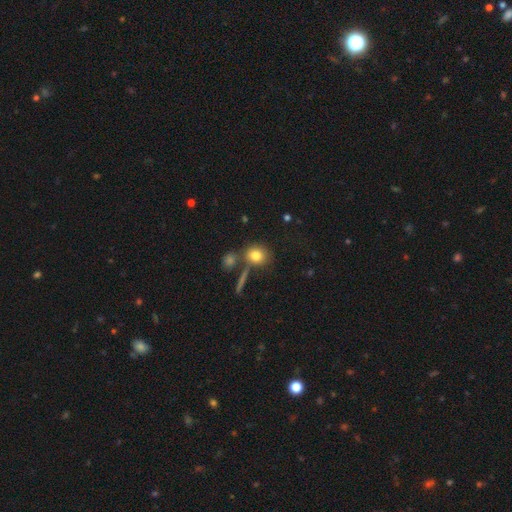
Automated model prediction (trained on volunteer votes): Smooth or featured? Predicted: smooth (p=0.79). How rounded? Predicted: round (p=0.78). Merging? Predicted: none (p=0.65).